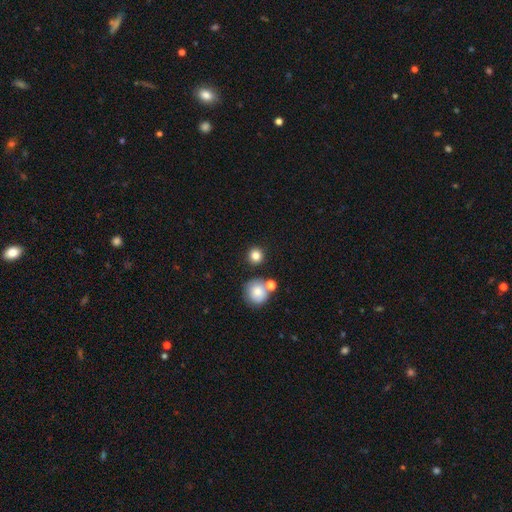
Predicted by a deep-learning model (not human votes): A smooth galaxy with no disk features (83%) that is round (92%). Merging: none (83%).